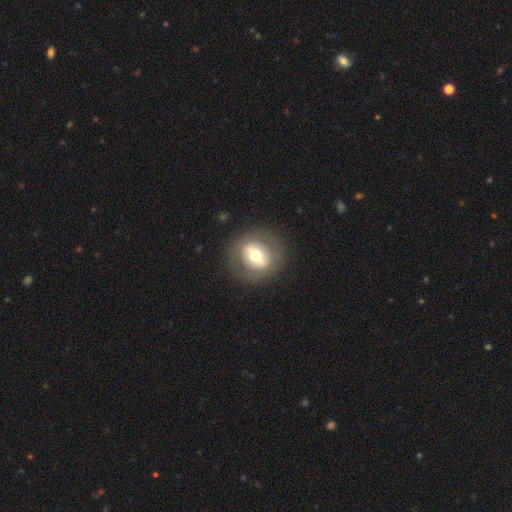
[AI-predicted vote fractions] Smooth or featured? smooth (52%)
How rounded? round (81%)
Merging? none (84%)